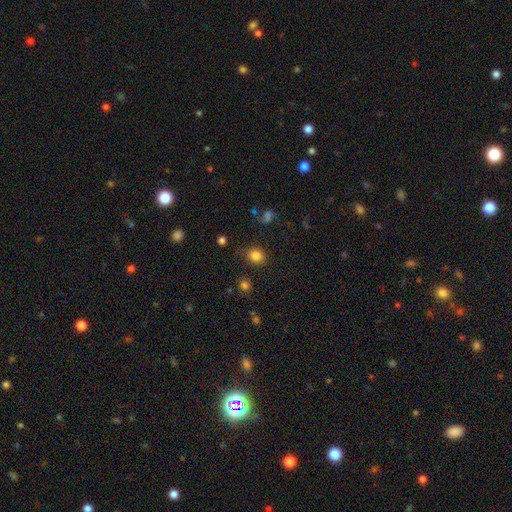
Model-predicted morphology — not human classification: A smooth galaxy with no disk features (83%) that is round (78%).

Vote fractions:
- Smooth or featured? smooth: 83% / star or artifact: 13% / featured or disk: 5%
- How rounded? round: 78% / in between: 21% / cigar-shaped: 1%
- Merging? none: 81% / minor disturbance: 12% / major disturbance: 4% / merger: 2%